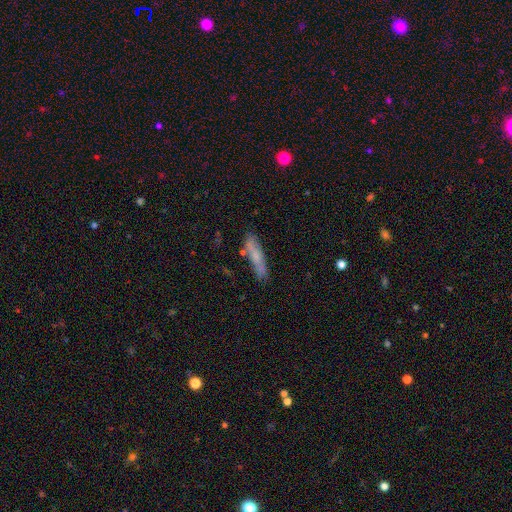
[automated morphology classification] A smooth galaxy with no disk features (59%) that is cigar-shaped (84%).

Vote fractions:
- Smooth or featured? smooth: 59% / featured or disk: 33% / star or artifact: 8%
- How rounded? cigar-shaped: 84% / in between: 14% / round: 2%
- Merging? none: 73% / minor disturbance: 17% / merger: 6% / major disturbance: 4%